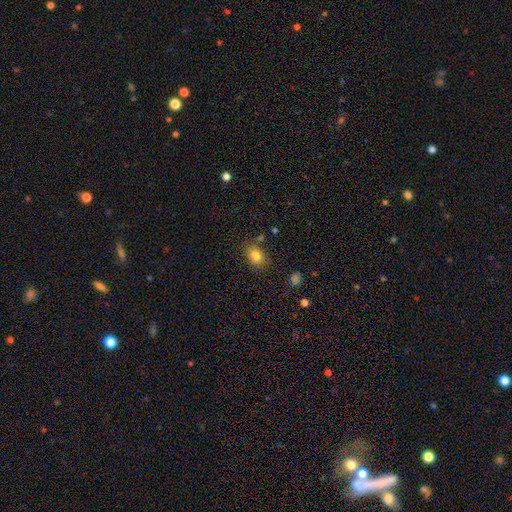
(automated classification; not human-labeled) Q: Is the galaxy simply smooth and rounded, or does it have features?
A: smooth — 82%.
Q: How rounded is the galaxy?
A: in between — 59%.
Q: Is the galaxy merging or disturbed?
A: none — 78%.